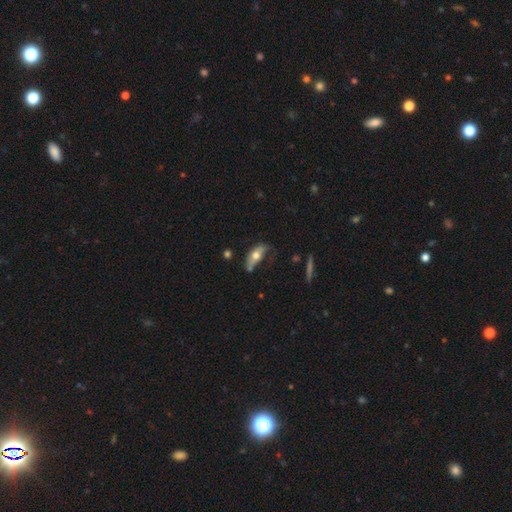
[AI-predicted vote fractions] smooth 57%, featured or disk 36%, star or artifact 7%. Down the decision tree: how rounded — in between (77%); merging — none (35%).